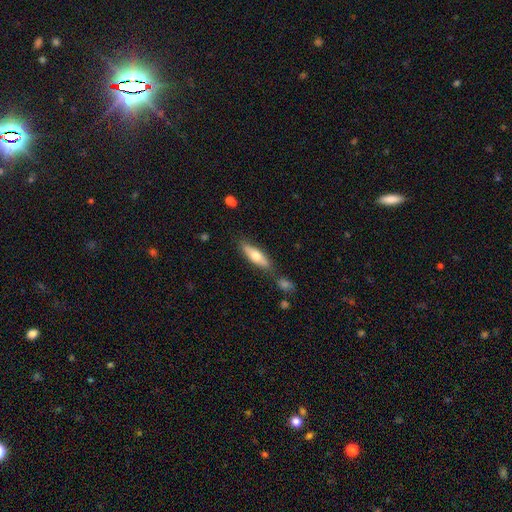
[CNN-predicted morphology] The model was most divided on "how rounded": in between: 50%, cigar-shaped: 47%, round: 2%. More confident: merging — none (73%); smooth or featured — smooth (61%).